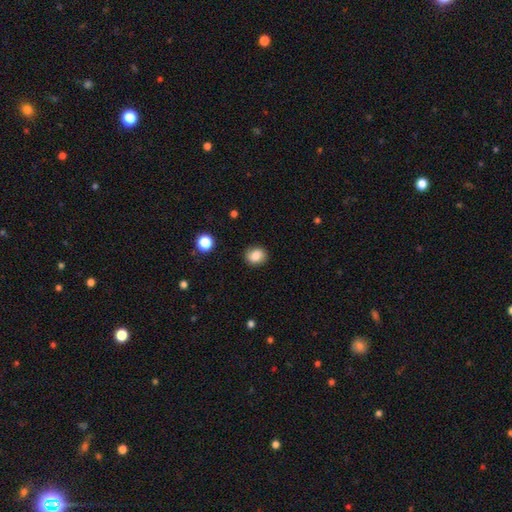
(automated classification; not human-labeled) smooth-or-featured: smooth: 84% | star or artifact: 10% | featured or disk: 6%
  how-rounded: round: 65% | in between: 34% | cigar-shaped: 1%
  merging: none: 85% | minor disturbance: 11% | major disturbance: 3% | merger: 1%